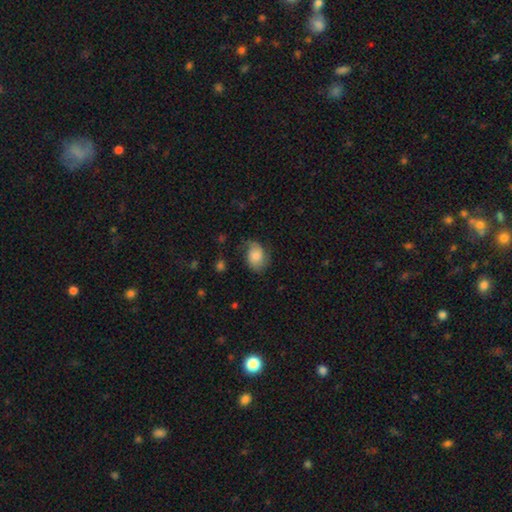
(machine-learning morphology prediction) Q: Smooth or featured?
A: smooth (66%); runner-up: featured or disk (26%)
Q: How rounded?
A: in between (72%); runner-up: round (27%)
Q: Merging?
A: none (58%); runner-up: minor disturbance (29%)